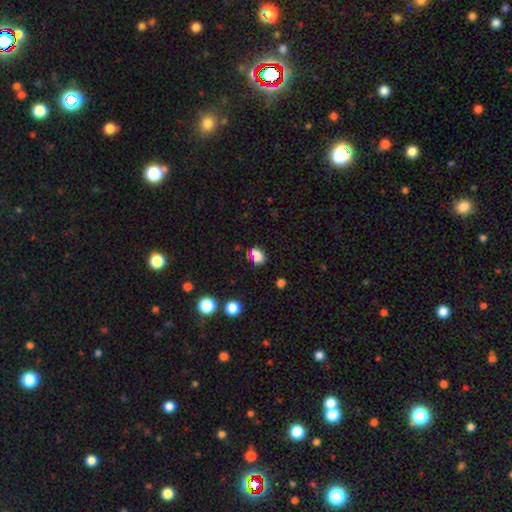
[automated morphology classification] type=smooth (79%); roundness=in between (67%); merging=none (74%).